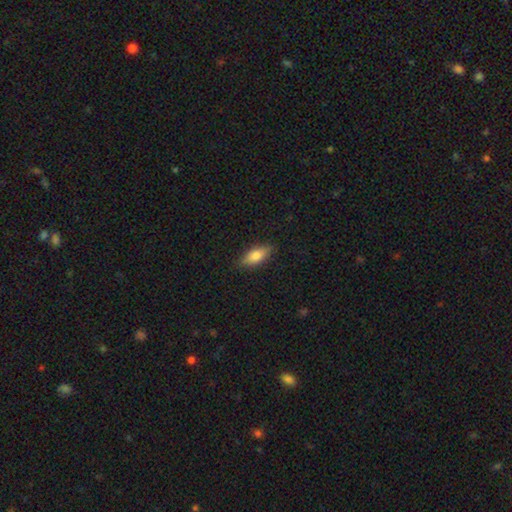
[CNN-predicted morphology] Q: Smooth or featured?
A: smooth (77%); runner-up: featured or disk (16%)
Q: How rounded?
A: in between (77%); runner-up: cigar-shaped (20%)
Q: Merging?
A: none (85%); runner-up: minor disturbance (12%)